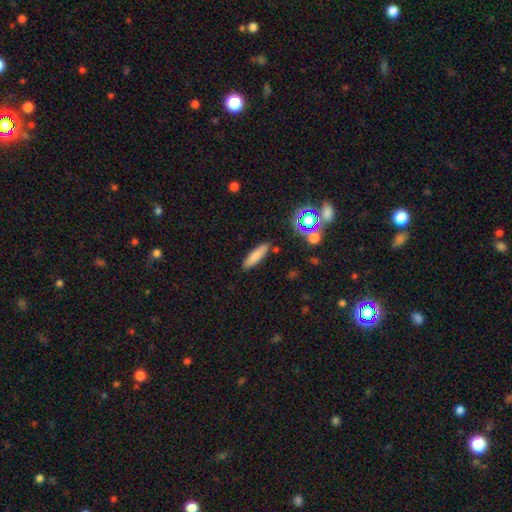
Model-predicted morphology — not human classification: type=smooth (78%); roundness=cigar-shaped (71%); merging=none (86%).